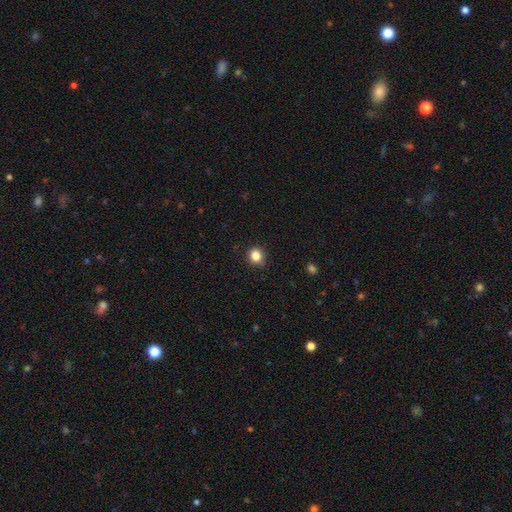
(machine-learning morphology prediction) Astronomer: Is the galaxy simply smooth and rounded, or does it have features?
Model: smooth — 84%.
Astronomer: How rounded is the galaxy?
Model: round — 87%.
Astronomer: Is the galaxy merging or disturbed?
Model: none — 87%.